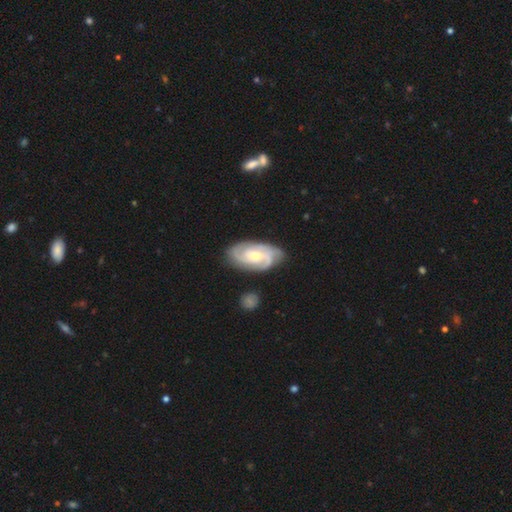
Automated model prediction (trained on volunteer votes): Q: Smooth or featured?
A: featured or disk (83%); runner-up: smooth (13%)
Q: Edge-on disk?
A: no (96%); runner-up: yes (4%)
Q: Bar?
A: no (58%); runner-up: weak (35%)
Q: Spiral arms?
A: yes (96%); runner-up: no (4%)
Q: Spiral winding?
A: tight (56%); runner-up: medium (36%)
Q: Spiral arm count?
A: 3 (37%); runner-up: 2 (32%)
Q: Bulge size?
A: moderate (52%); runner-up: small (43%)
Q: Merging?
A: none (77%); runner-up: minor disturbance (17%)